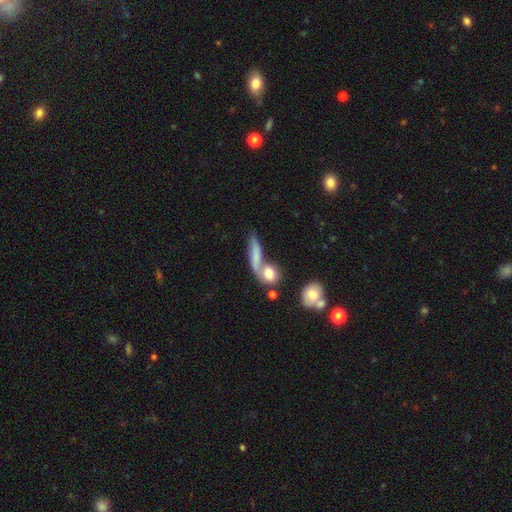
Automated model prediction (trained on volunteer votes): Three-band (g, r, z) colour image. It shows a smooth galaxy with no disk features (67%) that is cigar-shaped (52%). Merging: merger (40%).